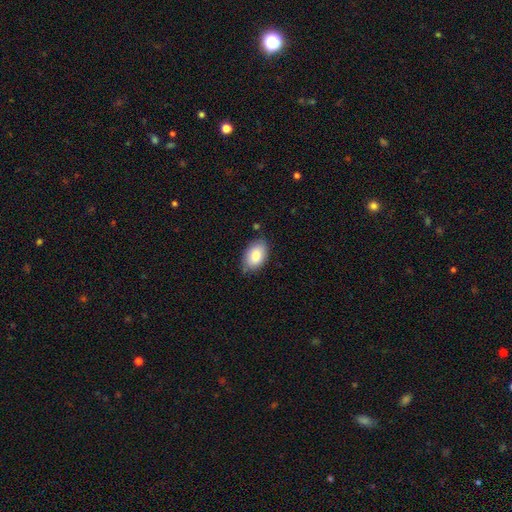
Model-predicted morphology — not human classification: Smooth or featured?
  - smooth: 85% *
  - featured or disk: 9%
  - star or artifact: 6%
How rounded?
  - in between: 91% *
  - round: 7%
  - cigar-shaped: 1%
Merging?
  - none: 77% *
  - minor disturbance: 18%
  - major disturbance: 3%
  - merger: 2%